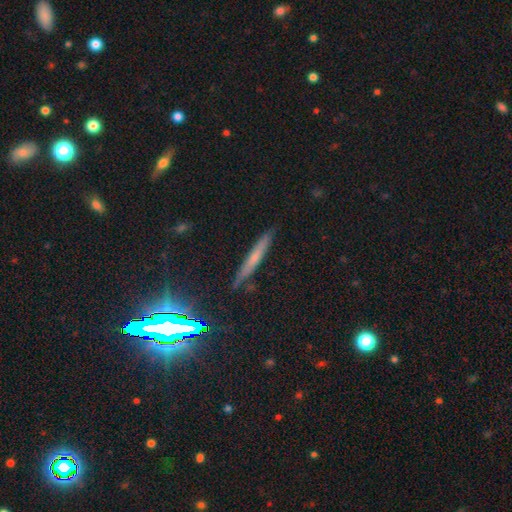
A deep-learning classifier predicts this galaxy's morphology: A smooth galaxy with no disk features (45%). Merging: none (85%).